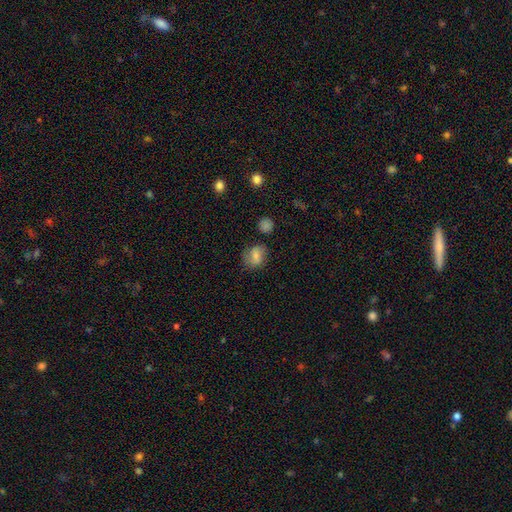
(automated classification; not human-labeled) Overall: smooth (69%). How rounded: round (55%; in between 44%). Merging: none (67%).